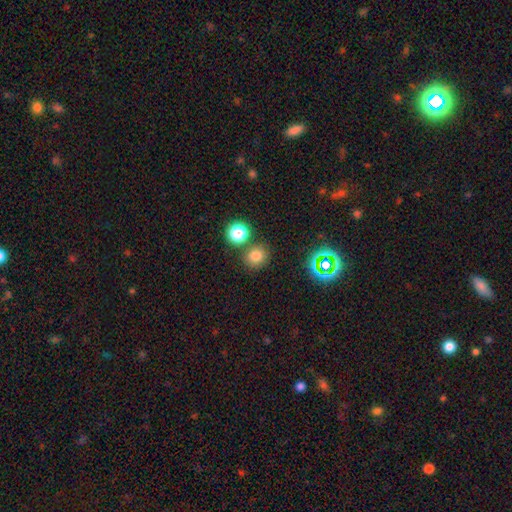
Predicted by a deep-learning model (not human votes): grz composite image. It shows a smooth galaxy with no disk features (75%) that is round (81%). Merging: none (76%).